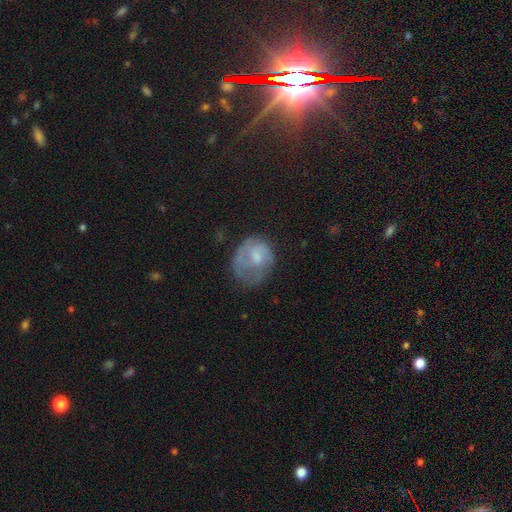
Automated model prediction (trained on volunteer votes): This is possibly a smooth galaxy (50%). Merging: marginally none (45%).